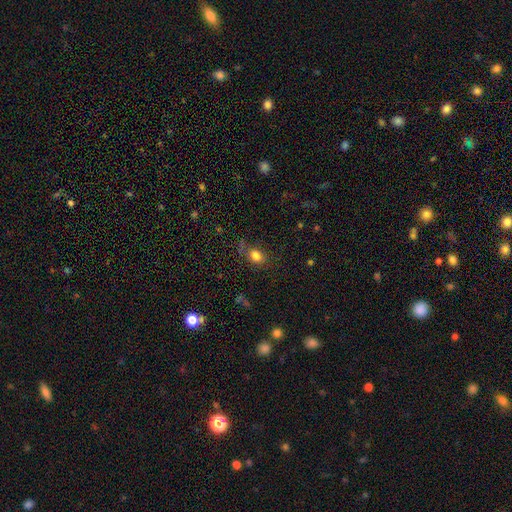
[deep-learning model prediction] A smooth galaxy with no disk features (81%) that is in between round and cigar-shaped (58%).

Vote fractions:
- Smooth or featured? smooth: 81% / star or artifact: 12% / featured or disk: 7%
- How rounded? in between: 58% / round: 41% / cigar-shaped: 1%
- Merging? none: 73% / minor disturbance: 18% / major disturbance: 7% / merger: 3%